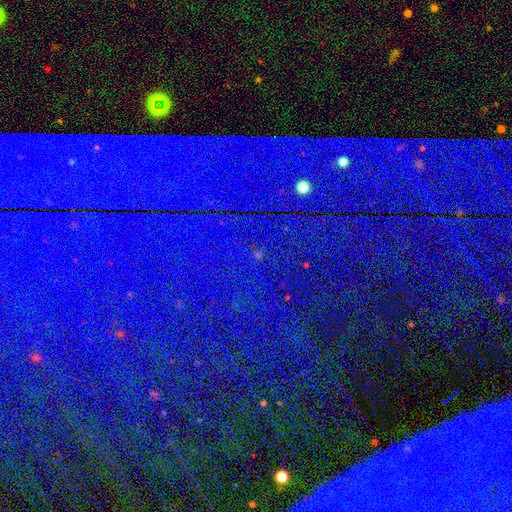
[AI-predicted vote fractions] Morphology: type=star or artifact (85%).